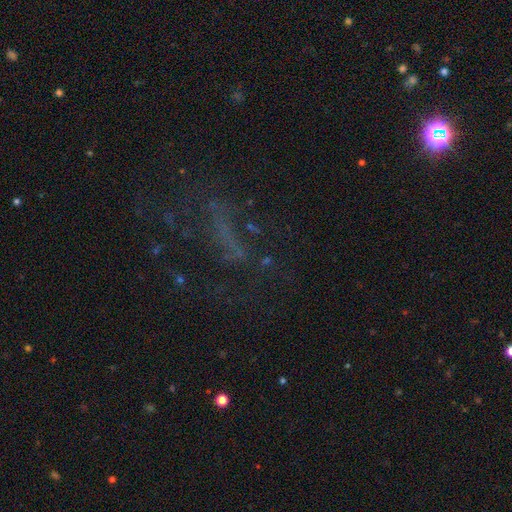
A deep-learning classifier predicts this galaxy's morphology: This is marginally a star or artifact rather than a galaxy (41%).